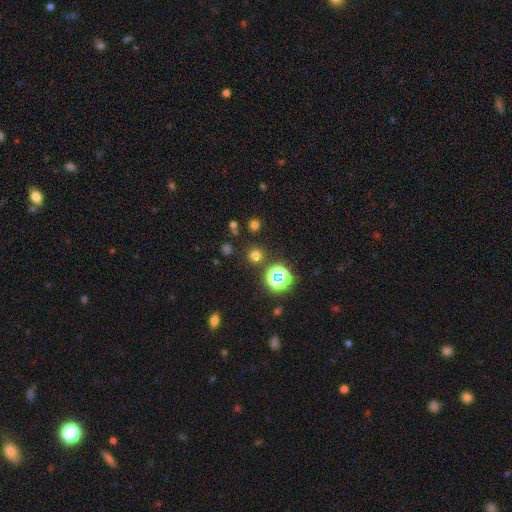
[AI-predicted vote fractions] The model was most divided on "smooth or featured": smooth: 66%, star or artifact: 28%, featured or disk: 6%. More confident: how rounded — round (93%); merging — none (84%).